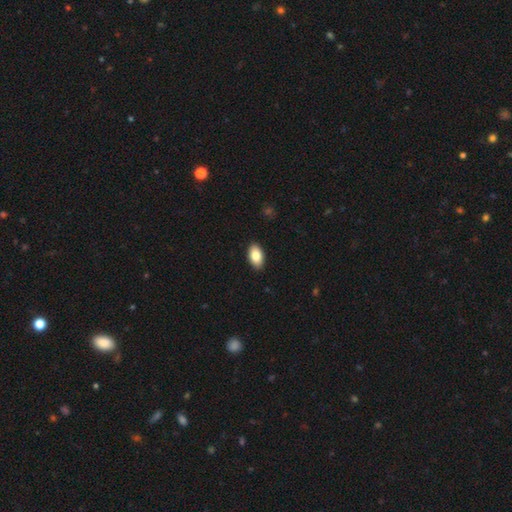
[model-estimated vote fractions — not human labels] smooth-or-featured: smooth: 84% | featured or disk: 9% | star or artifact: 7%
  how-rounded: in between: 94% | round: 4% | cigar-shaped: 2%
  merging: none: 90% | minor disturbance: 7% | major disturbance: 2% | merger: 1%